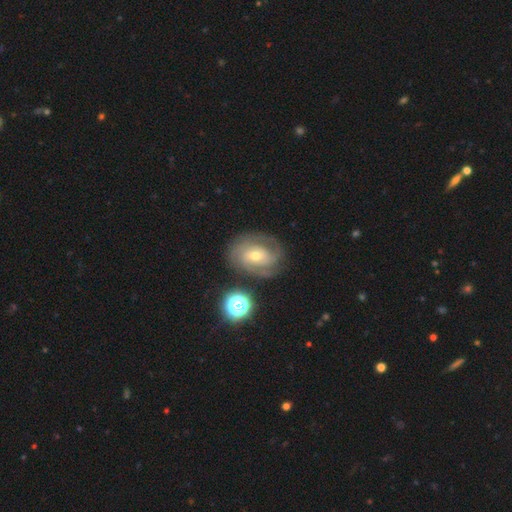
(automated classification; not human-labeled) This is likely a featured or disk galaxy (78%). It is clearly not viewed edge-on (96%). Bar: possibly no (54%). Spiral arm pattern: clearly yes (92%). Spiral arm count: marginally 2 (37%). Spiral winding: possibly tight (59%). Central bulge: possibly small (49%). Merging: likely none (72%).